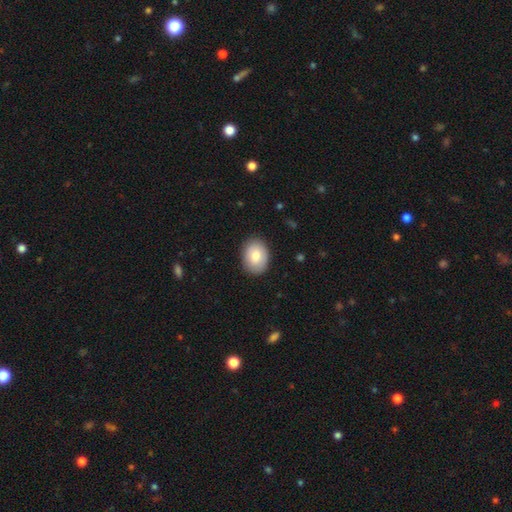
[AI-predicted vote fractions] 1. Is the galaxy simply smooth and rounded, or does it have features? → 80% smooth, 13% featured or disk, 7% star or artifact.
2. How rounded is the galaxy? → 69% in between, 31% round, 1% cigar-shaped.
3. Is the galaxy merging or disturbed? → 87% none, 10% minor disturbance, 2% major disturbance, 1% merger.